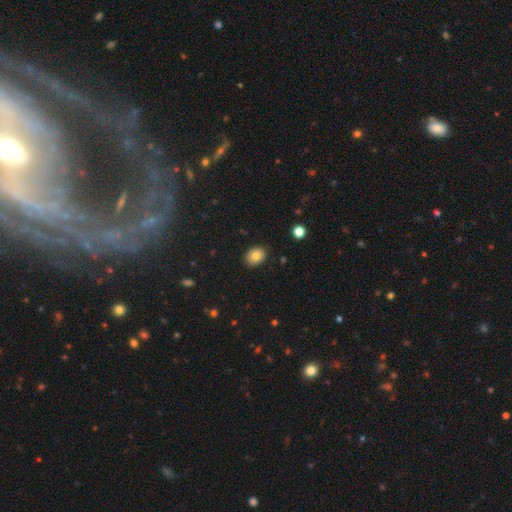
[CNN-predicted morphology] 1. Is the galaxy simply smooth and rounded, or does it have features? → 81% smooth, 10% featured or disk, 9% star or artifact.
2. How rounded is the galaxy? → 61% in between, 38% round, 1% cigar-shaped.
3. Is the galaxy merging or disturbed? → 87% none, 9% minor disturbance, 2% major disturbance, 1% merger.